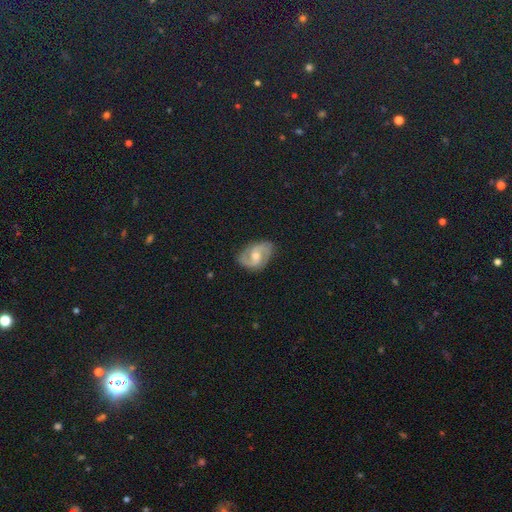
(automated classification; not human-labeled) Q: Smooth or featured?
A: featured or disk (85%); runner-up: smooth (9%)
Q: Edge-on disk?
A: no (98%); runner-up: yes (2%)
Q: Bar?
A: weak (47%); runner-up: no (44%)
Q: Spiral arms?
A: yes (96%); runner-up: no (4%)
Q: Spiral winding?
A: medium (57%); runner-up: tight (25%)
Q: Spiral arm count?
A: 2 (92%); runner-up: can't tell (3%)
Q: Bulge size?
A: moderate (69%); runner-up: small (22%)
Q: Merging?
A: none (81%); runner-up: minor disturbance (14%)